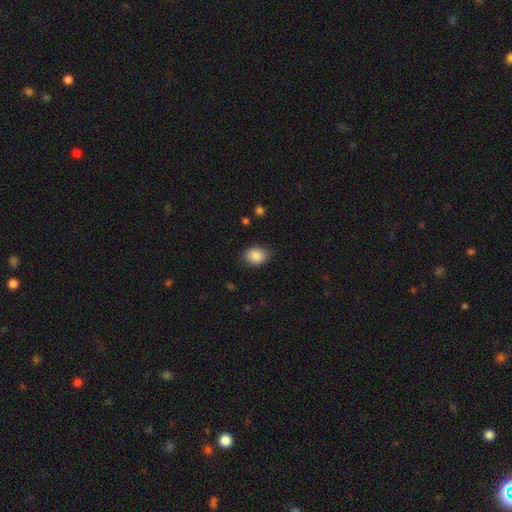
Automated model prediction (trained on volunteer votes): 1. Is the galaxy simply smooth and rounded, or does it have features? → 87% smooth, 8% star or artifact, 6% featured or disk.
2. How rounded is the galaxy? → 69% in between, 30% round, 1% cigar-shaped.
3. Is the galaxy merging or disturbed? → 84% none, 12% minor disturbance, 3% major disturbance, 1% merger.